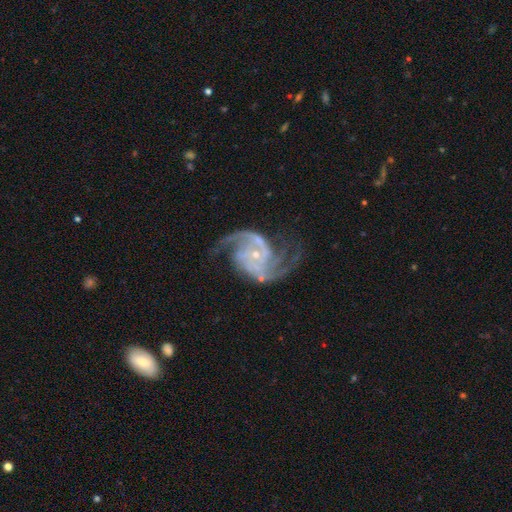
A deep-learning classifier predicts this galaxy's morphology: smooth-or-featured: featured or disk: 92% | star or artifact: 5% | smooth: 3%
  disk-edge-on: no: 98% | yes: 2%
    bar: no: 60% | weak: 29% | strong: 11%
    has-spiral-arms: yes: 98% | no: 2%
      spiral-winding: medium: 56% | loose: 27% | tight: 17%
      spiral-arm-count: 2: 76% | 3: 11% | can't tell: 4% | 4: 3% | 1: 3% | more than 4: 3%
    bulge-size: small: 79% | moderate: 16% | none: 3% | large: 1% | dominant: 1%
  merging: none: 68% | minor disturbance: 17% | major disturbance: 12% | merger: 3%